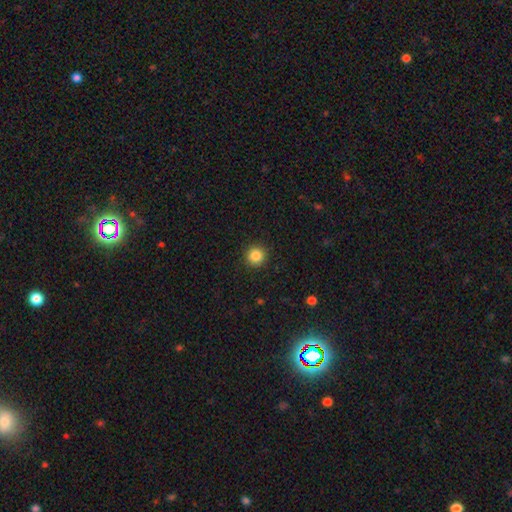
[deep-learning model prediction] A smooth galaxy with no disk features (85%) that is round (95%).

Vote fractions:
- Smooth or featured? smooth: 85% / star or artifact: 11% / featured or disk: 4%
- How rounded? round: 95% / in between: 4% / cigar-shaped: 1%
- Merging? none: 92% / minor disturbance: 5% / major disturbance: 2% / merger: 1%